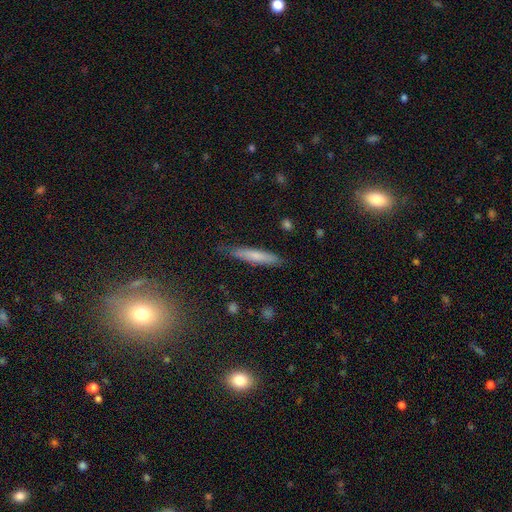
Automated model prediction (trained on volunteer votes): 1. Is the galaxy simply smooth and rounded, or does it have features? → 69% smooth, 24% featured or disk, 7% star or artifact.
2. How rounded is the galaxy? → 90% cigar-shaped, 8% in between, 1% round.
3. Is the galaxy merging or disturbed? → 81% none, 15% minor disturbance, 3% major disturbance, 2% merger.